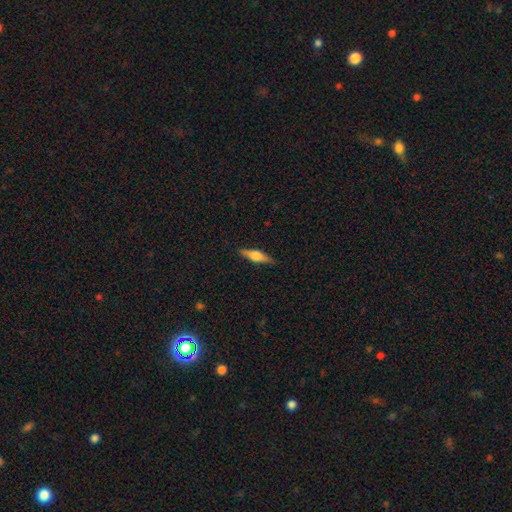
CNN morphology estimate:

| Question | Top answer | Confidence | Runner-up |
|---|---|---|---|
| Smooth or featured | featured or disk | 55% | smooth (39%) |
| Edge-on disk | yes | 96% | no (4%) |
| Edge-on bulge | rounded | 88% | boxy (10%) |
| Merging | none | 88% | minor disturbance (9%) |